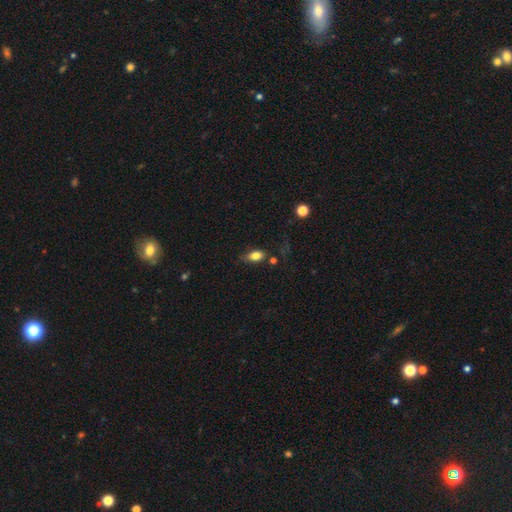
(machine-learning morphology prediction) The model was most divided on "merging": none: 62%, minor disturbance: 24%, major disturbance: 8%, merger: 5%. More confident: how rounded — in between (84%); smooth or featured — smooth (79%).